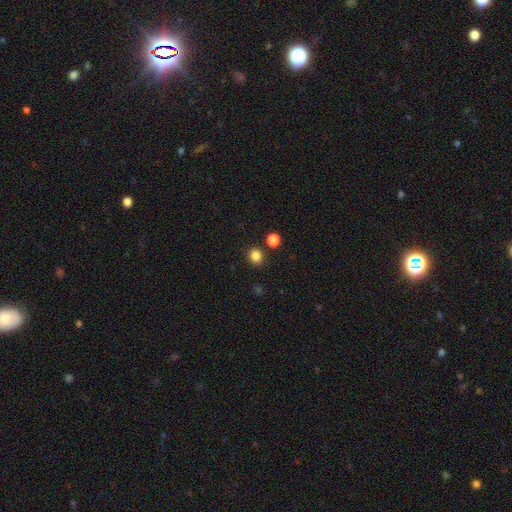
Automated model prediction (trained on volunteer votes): The model was most divided on "how rounded": round: 84%, in between: 15%, cigar-shaped: 1%. More confident: merging — none (85%); smooth or featured — smooth (84%).